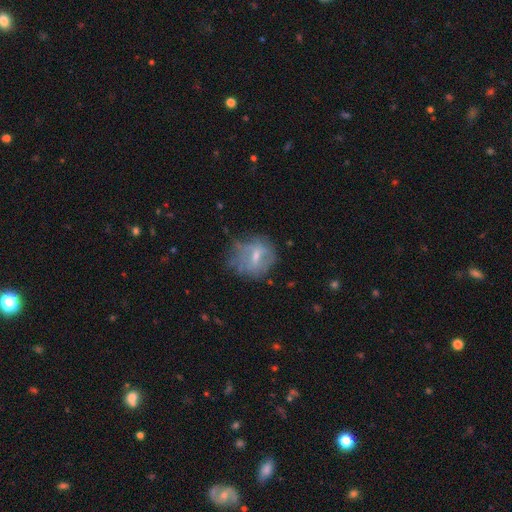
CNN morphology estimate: Smooth or featured: featured or disk — 47% (smooth — 42%)
Merging: none — 60% (minor disturbance — 24%)